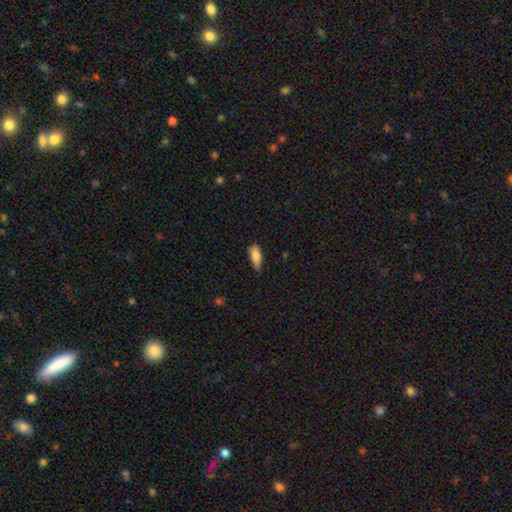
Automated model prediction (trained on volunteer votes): This appears to be a smooth galaxy with no disk features (81%) that is in between round and cigar-shaped (77%). Merging: none (56%).